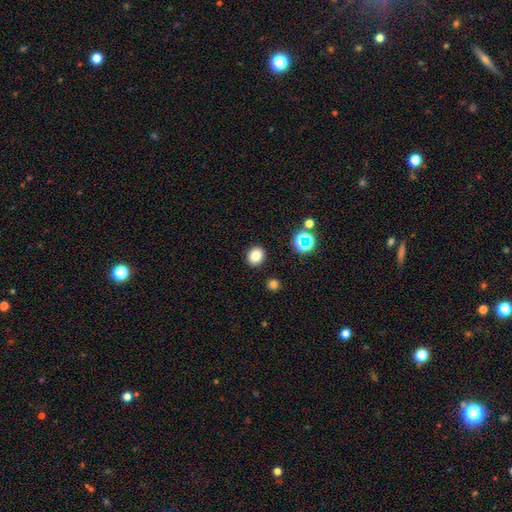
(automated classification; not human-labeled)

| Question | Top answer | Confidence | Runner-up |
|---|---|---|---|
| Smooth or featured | smooth | 79% | star or artifact (14%) |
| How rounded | round | 71% | in between (28%) |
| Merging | none | 90% | minor disturbance (6%) |